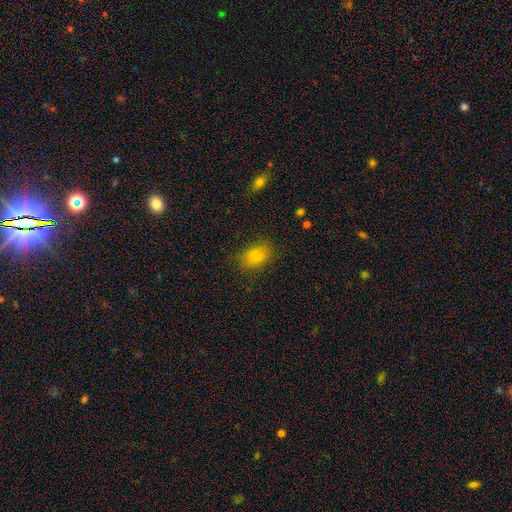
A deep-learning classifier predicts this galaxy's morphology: smooth-or-featured: smooth: 77% | star or artifact: 13% | featured or disk: 11%
  how-rounded: in between: 75% | round: 23% | cigar-shaped: 2%
  merging: none: 82% | minor disturbance: 13% | major disturbance: 3% | merger: 1%